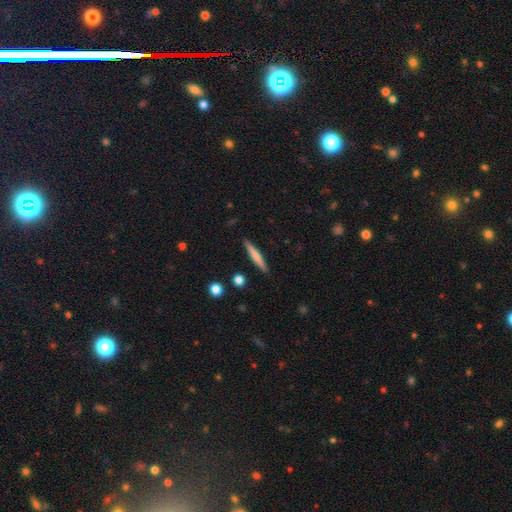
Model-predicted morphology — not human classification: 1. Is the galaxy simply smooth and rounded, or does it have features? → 59% smooth, 35% featured or disk, 6% star or artifact.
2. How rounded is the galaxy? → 94% cigar-shaped, 4% in between, 2% round.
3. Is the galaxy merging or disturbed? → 90% none, 7% minor disturbance, 2% major disturbance, 1% merger.